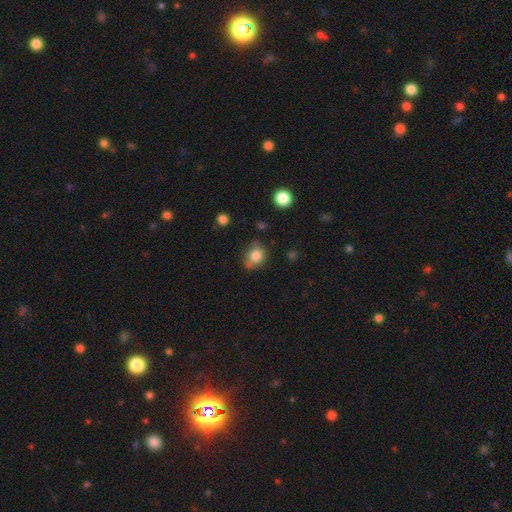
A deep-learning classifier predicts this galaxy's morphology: The model was most divided on "how rounded": round: 57%, in between: 42%, cigar-shaped: 1%. More confident: smooth or featured — smooth (80%); merging — none (61%).